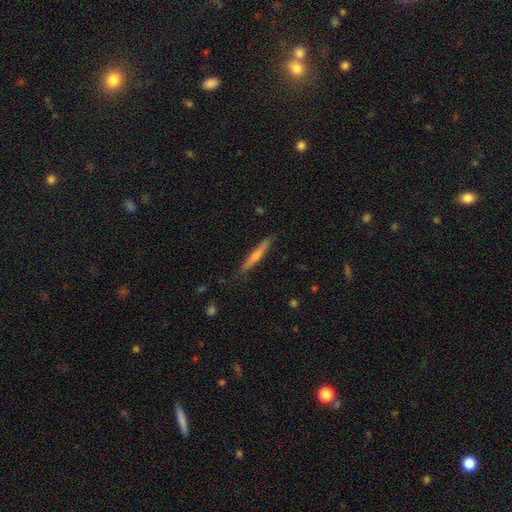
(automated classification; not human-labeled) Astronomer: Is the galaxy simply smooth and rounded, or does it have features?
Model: featured or disk — 60%.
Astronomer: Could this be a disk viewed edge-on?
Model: yes — 96%.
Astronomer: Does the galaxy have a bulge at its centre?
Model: rounded — 72%.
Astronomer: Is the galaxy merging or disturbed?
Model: none — 87%.